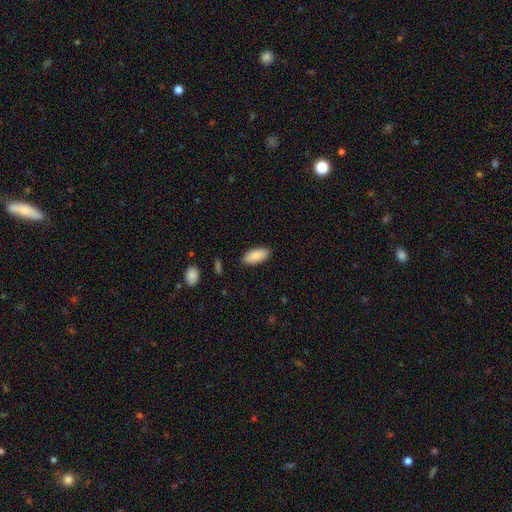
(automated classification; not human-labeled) A smooth galaxy with no disk features (88%) that is in between round and cigar-shaped (85%). Merging: none (87%).